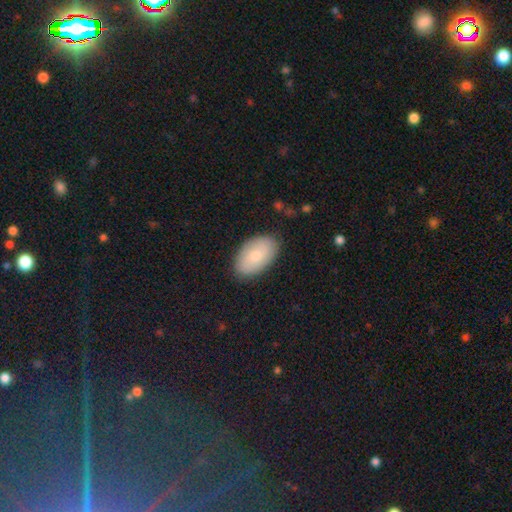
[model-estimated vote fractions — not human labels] A smooth galaxy with no disk features (79%) that is in between round and cigar-shaped (94%). Merging: none (86%).